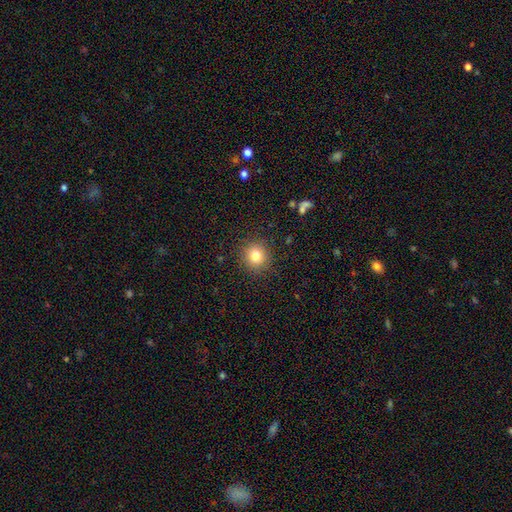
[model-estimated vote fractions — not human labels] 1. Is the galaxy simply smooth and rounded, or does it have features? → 80% smooth, 13% star or artifact, 7% featured or disk.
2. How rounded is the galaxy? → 92% round, 7% in between, 1% cigar-shaped.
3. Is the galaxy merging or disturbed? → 89% none, 7% minor disturbance, 3% major disturbance, 1% merger.